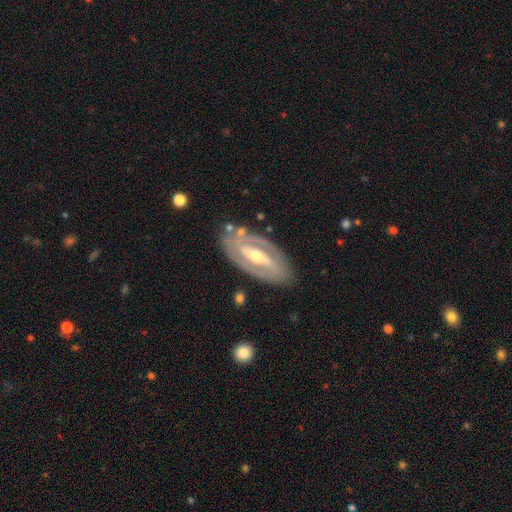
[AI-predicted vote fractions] Smooth or featured: featured or disk — 86% (smooth — 10%)
Edge-on disk: no — 91% (yes — 9%)
Bar: strong — 54% (weak — 29%)
Spiral arms: yes — 85% (no — 15%)
Spiral winding: tight — 51% (medium — 37%)
Spiral arm count: 2 — 80% (can't tell — 12%)
Bulge size: moderate — 58% (small — 37%)
Merging: none — 82% (minor disturbance — 12%)